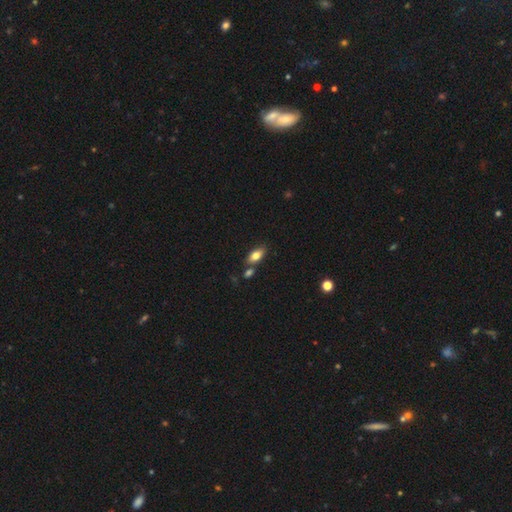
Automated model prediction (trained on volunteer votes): Smooth or featured?
  - smooth: 76% *
  - featured or disk: 16%
  - star or artifact: 8%
How rounded?
  - in between: 87% *
  - cigar-shaped: 9%
  - round: 4%
Merging?
  - none: 69% *
  - merger: 15%
  - minor disturbance: 13%
  - major disturbance: 3%